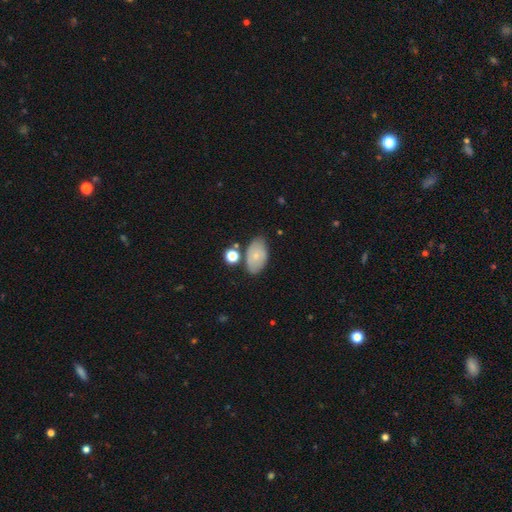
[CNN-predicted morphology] Smooth or featured? Predicted: smooth (p=0.65). How rounded? Predicted: in between (p=0.90). Merging? Predicted: none (p=0.68).